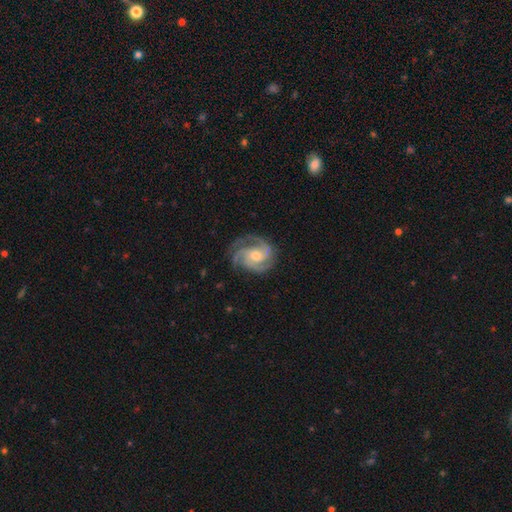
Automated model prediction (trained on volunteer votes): This is clearly a featured or disk galaxy (91%). It is clearly not viewed edge-on (98%). Bar: likely no (63%). Spiral arm pattern: clearly yes (99%). Spiral arm count: likely 3 (64%). Spiral winding: possibly tight (56%). Central bulge: likely moderate (61%). Merging: likely none (79%).